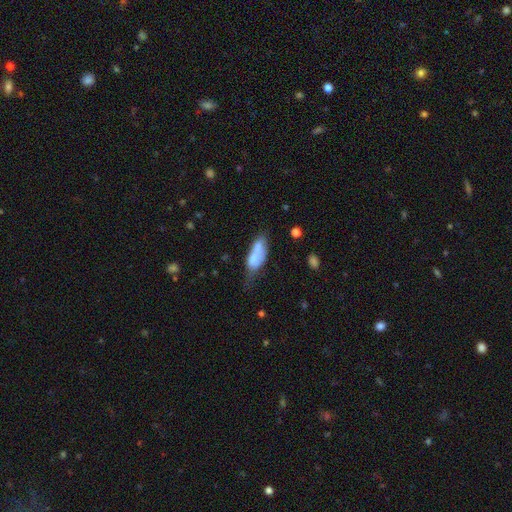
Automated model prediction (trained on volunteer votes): Smooth or featured?
  - smooth: 62% *
  - featured or disk: 30%
  - star or artifact: 8%
How rounded?
  - in between: 75% *
  - cigar-shaped: 22%
  - round: 3%
Merging?
  - merger: 27% * (tied)
  - minor disturbance: 27% * (tied)
  - none: 24%
  - major disturbance: 22%